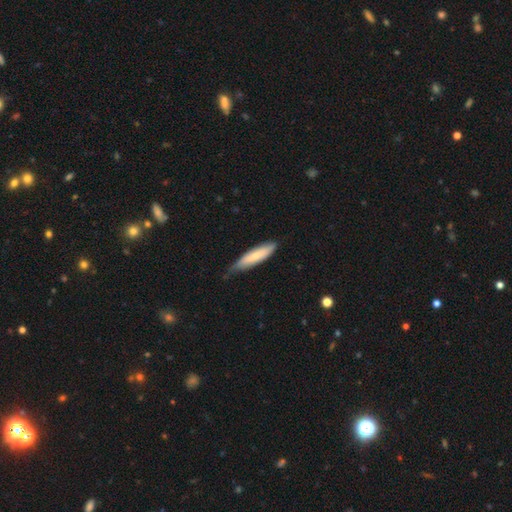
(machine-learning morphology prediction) Q: Smooth or featured?
A: smooth (73%); runner-up: featured or disk (22%)
Q: How rounded?
A: cigar-shaped (75%); runner-up: in between (23%)
Q: Merging?
A: none (59%); runner-up: minor disturbance (34%)